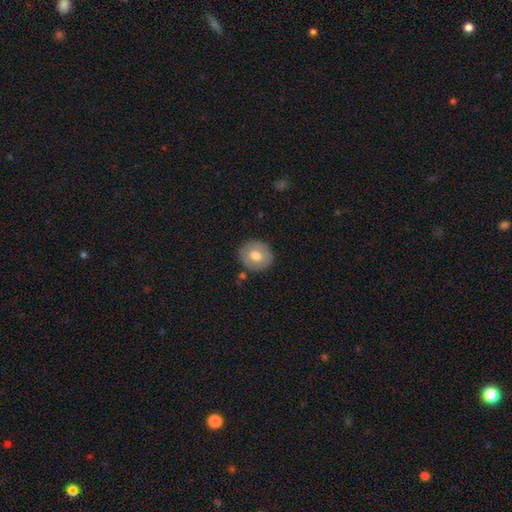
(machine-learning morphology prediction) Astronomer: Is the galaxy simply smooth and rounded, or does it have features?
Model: smooth — 68%.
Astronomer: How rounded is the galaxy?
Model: round — 82%.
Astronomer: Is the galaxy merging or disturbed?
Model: none — 86%.